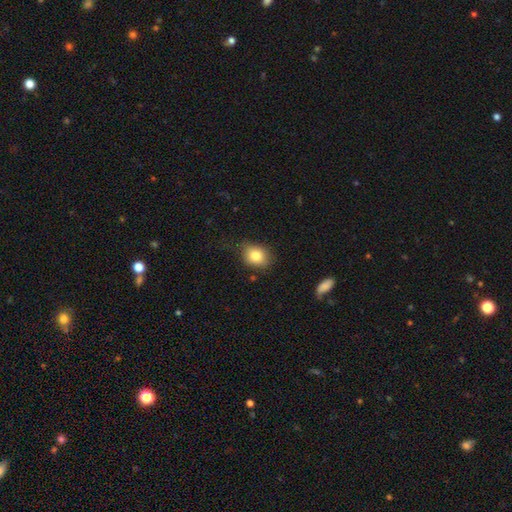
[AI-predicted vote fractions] Q: Smooth or featured?
A: smooth (82%); runner-up: star or artifact (9%)
Q: How rounded?
A: in between (52%); runner-up: round (47%)
Q: Merging?
A: none (69%); runner-up: minor disturbance (23%)